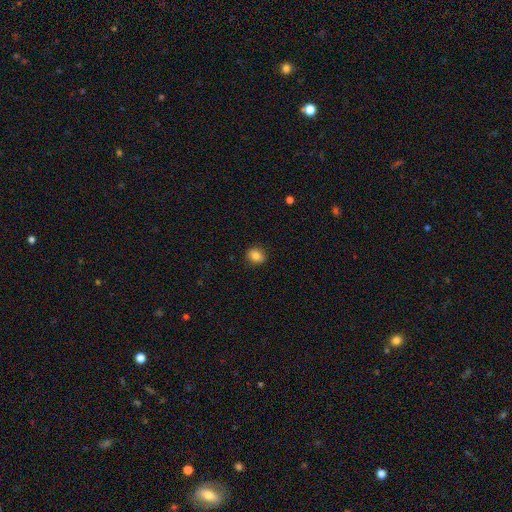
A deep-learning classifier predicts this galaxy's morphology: smooth_or_featured: smooth (p=0.84) [alt: star or artifact p=0.10]
how_rounded: round (p=0.66) [alt: in between p=0.33]
merging: none (p=0.90) [alt: minor disturbance p=0.07]